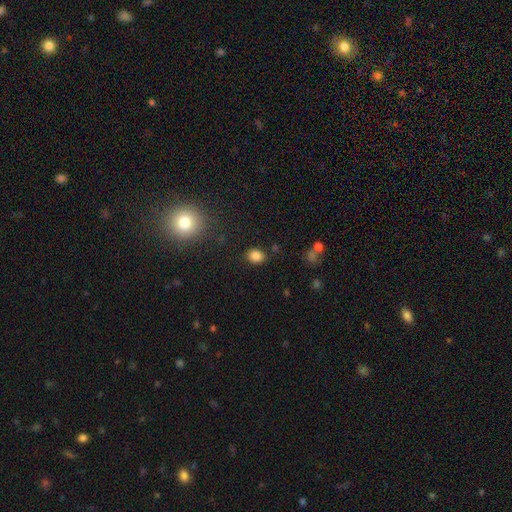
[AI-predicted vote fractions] Q: Smooth or featured?
A: smooth (84%); runner-up: star or artifact (12%)
Q: How rounded?
A: in between (54%); runner-up: round (45%)
Q: Merging?
A: none (84%); runner-up: minor disturbance (10%)